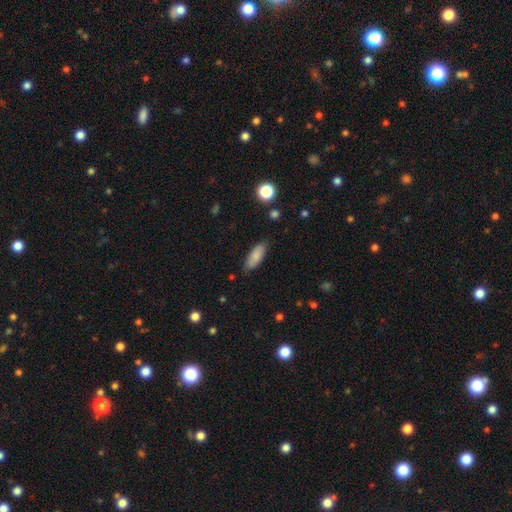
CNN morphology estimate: Smooth or featured? smooth (83%)
How rounded? in between (73%)
Merging? none (83%)